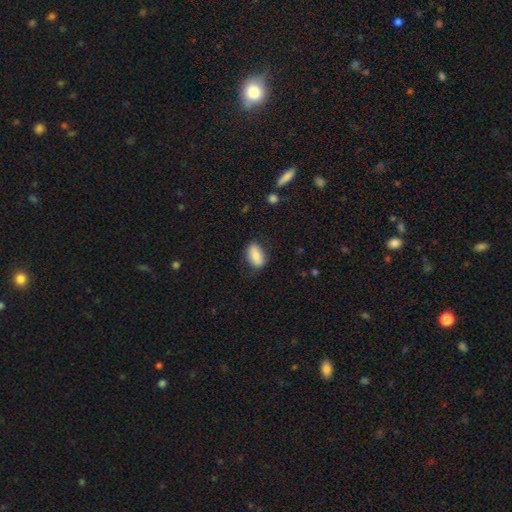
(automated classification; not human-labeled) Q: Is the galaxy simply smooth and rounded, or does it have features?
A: smooth — 77%.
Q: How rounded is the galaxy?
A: in between — 88%.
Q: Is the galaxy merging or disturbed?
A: none — 77%.